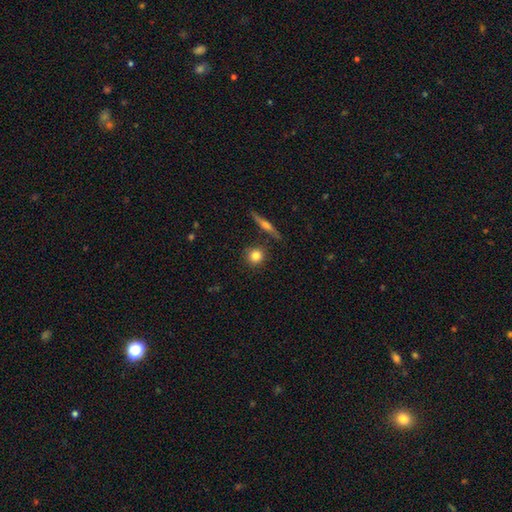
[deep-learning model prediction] smooth_or_featured: smooth (p=0.81) [alt: featured or disk p=0.11]
how_rounded: round (p=0.88) [alt: in between p=0.09]
merging: none (p=0.84) [alt: minor disturbance p=0.09]